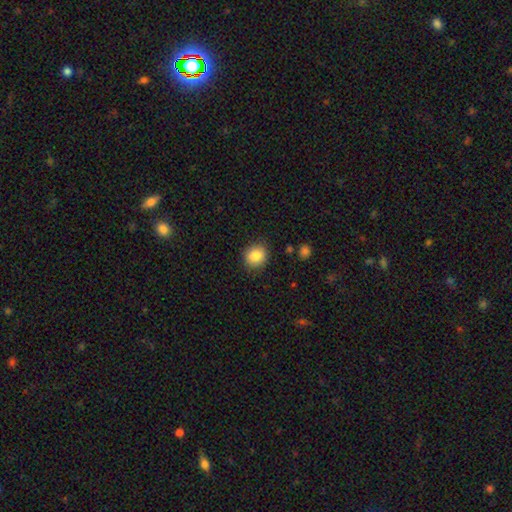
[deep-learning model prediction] smooth 85%, star or artifact 9%, featured or disk 6%. Down the decision tree: how rounded — round (79%); merging — none (87%).